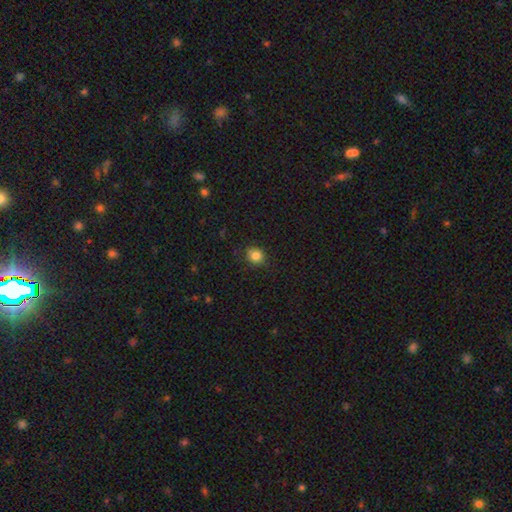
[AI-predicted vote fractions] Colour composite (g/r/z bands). It shows a smooth galaxy with no disk features (82%) that is round (83%). Merging: none (82%).